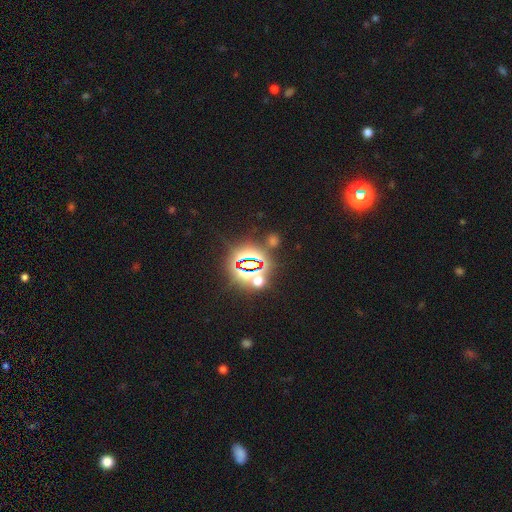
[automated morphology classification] The model was most divided on "smooth or featured": star or artifact: 82%, smooth: 12%, featured or disk: 6%.